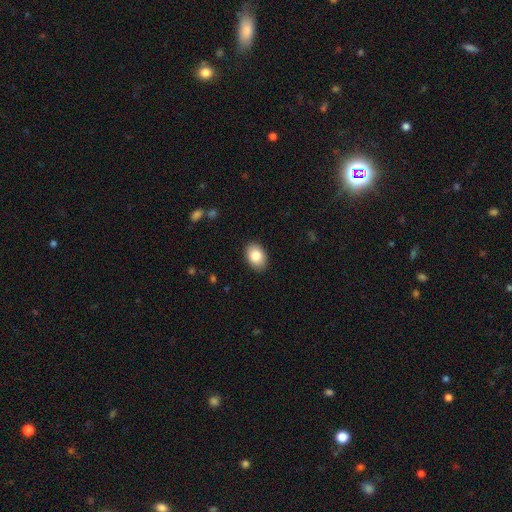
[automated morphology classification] This appears to be a smooth galaxy with no disk features (85%) that is in between round and cigar-shaped (84%). Merging: none (88%).